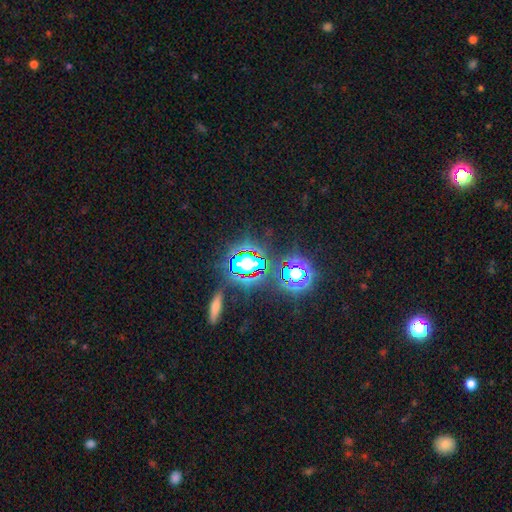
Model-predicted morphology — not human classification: Overall: star or artifact (80%).